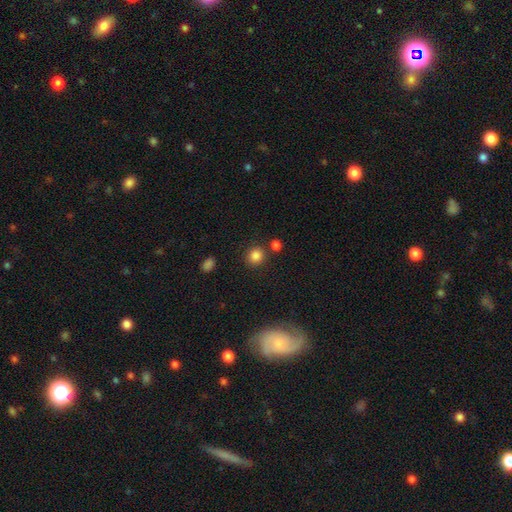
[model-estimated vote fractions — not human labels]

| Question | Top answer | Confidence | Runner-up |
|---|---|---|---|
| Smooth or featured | smooth | 84% | star or artifact (12%) |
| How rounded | round | 85% | in between (14%) |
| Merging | none | 80% | merger (9%) |